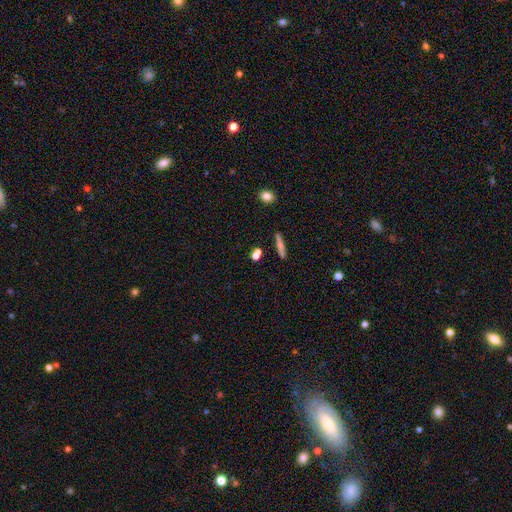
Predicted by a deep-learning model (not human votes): Smooth or featured?
  - smooth: 67% *
  - featured or disk: 18%
  - star or artifact: 15%
How rounded?
  - cigar-shaped: 38% *
  - round: 37%
  - in between: 24%
Merging?
  - none: 75% *
  - merger: 13%
  - minor disturbance: 9%
  - major disturbance: 3%